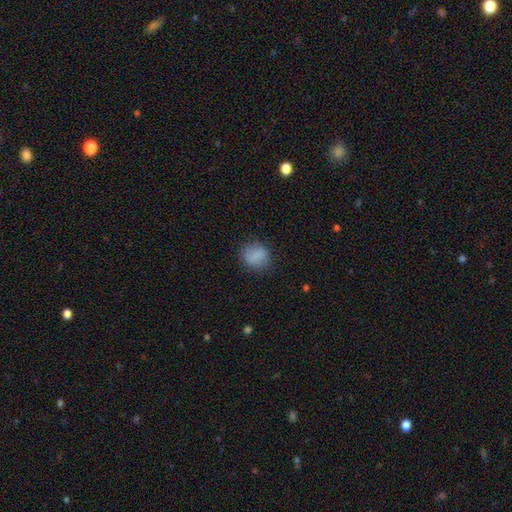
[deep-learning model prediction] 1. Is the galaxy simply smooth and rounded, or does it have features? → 84% smooth, 9% star or artifact, 7% featured or disk.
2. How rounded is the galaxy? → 74% round, 25% in between, 1% cigar-shaped.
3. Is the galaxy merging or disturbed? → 82% none, 13% minor disturbance, 4% major disturbance, 1% merger.